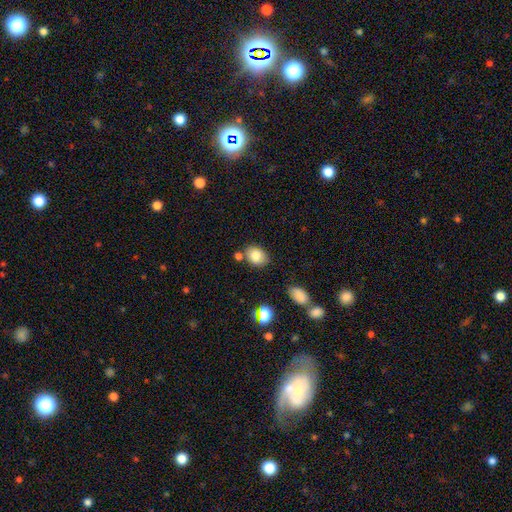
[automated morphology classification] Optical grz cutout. It shows a smooth galaxy with no disk features (82%) that is in between round and cigar-shaped (61%). Merging: none (71%).